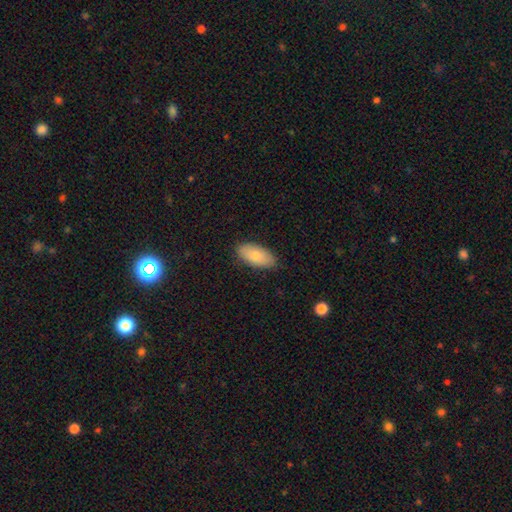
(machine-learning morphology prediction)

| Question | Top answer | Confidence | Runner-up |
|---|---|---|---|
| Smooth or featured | smooth | 78% | featured or disk (16%) |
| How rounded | in between | 93% | cigar-shaped (4%) |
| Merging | none | 85% | minor disturbance (12%) |